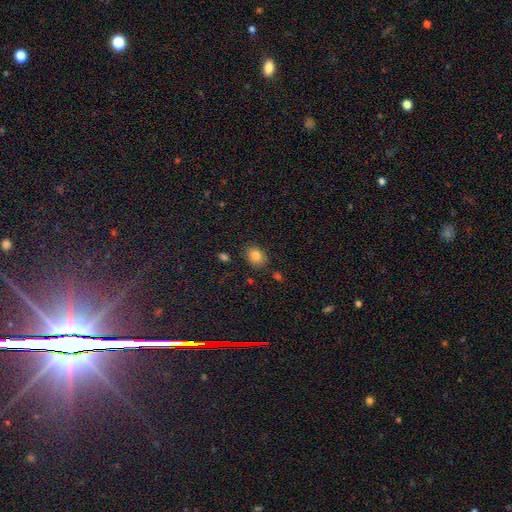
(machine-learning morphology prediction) This appears to be a smooth galaxy with no disk features (83%) that is in between round and cigar-shaped (59%). Merging: none (83%).